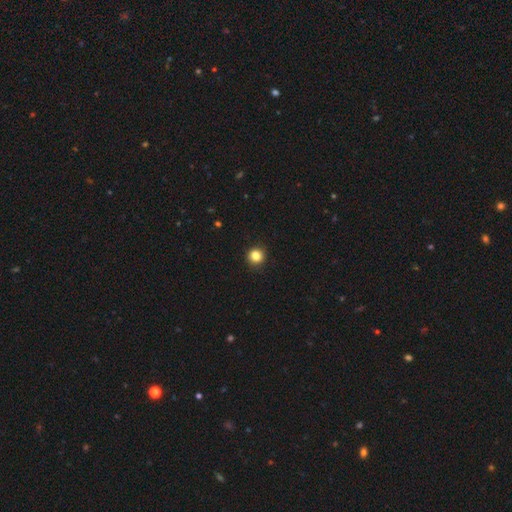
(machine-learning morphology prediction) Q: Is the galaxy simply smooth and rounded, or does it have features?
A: smooth — 84%.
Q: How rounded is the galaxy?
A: round — 94%.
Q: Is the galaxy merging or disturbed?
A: none — 93%.